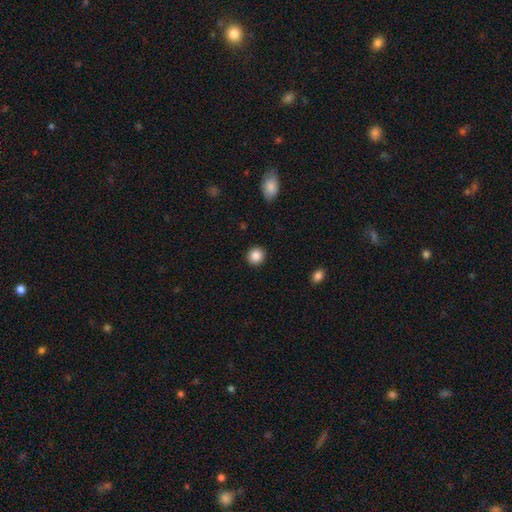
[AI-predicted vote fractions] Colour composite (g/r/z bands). It shows a smooth galaxy with no disk features (87%) that is round (90%). Merging: none (91%).